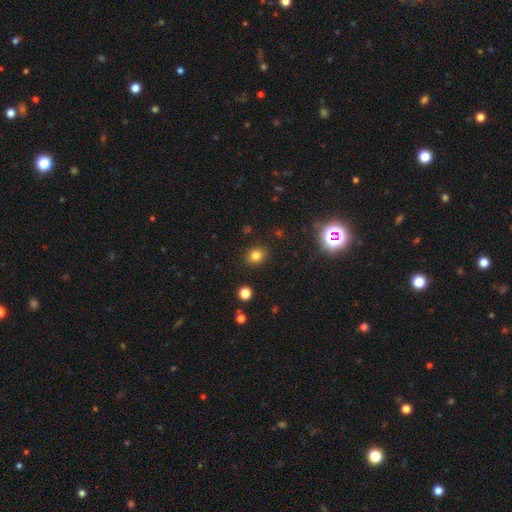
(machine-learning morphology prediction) Smooth or featured: smooth — 80% (star or artifact — 15%)
How rounded: round — 64% (in between — 35%)
Merging: none — 89% (minor disturbance — 7%)